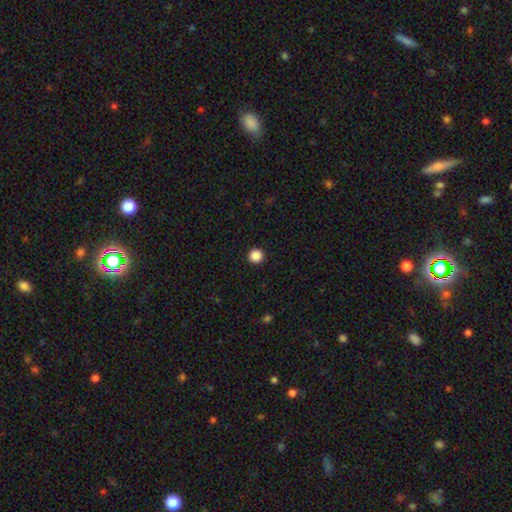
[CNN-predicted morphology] type=smooth (87%); roundness=round (96%); merging=none (94%).